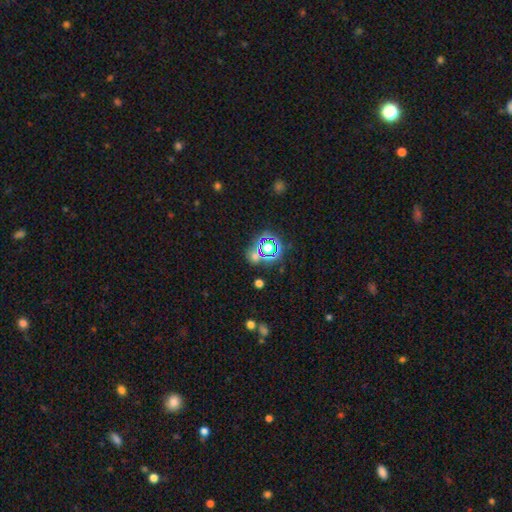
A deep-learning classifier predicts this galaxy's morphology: A star or artifact, not a galaxy (54%).